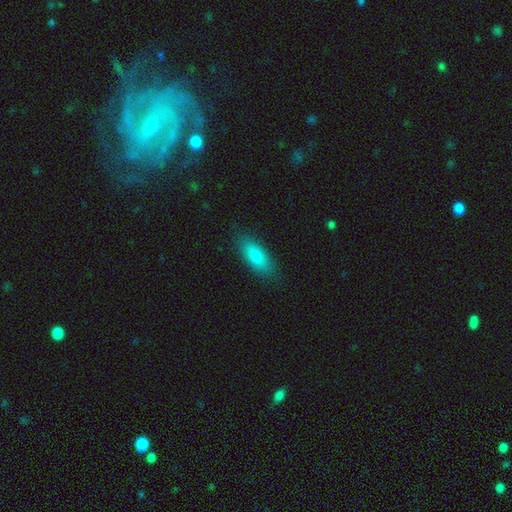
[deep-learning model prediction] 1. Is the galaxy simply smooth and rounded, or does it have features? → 83% smooth, 10% featured or disk, 7% star or artifact.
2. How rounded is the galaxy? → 74% in between, 23% cigar-shaped, 2% round.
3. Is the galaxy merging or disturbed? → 85% none, 11% minor disturbance, 3% major disturbance, 1% merger.